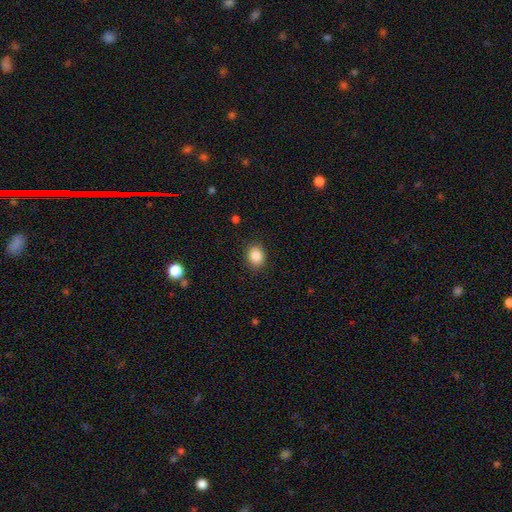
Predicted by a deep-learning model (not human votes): This appears to be a smooth galaxy with no disk features (87%) that is round (55%). Merging: none (88%).